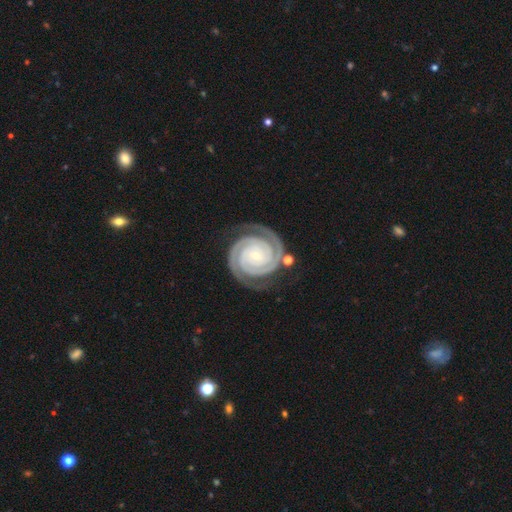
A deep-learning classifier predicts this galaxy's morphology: Overall: featured or disk (94%). Edge-on disk: no (98%). Bar: no (67%). Spiral arms: yes (99%). Spiral arm count: 2 (86%). Spiral winding: tight (88%). Bulge size: small (83%). Merging: none (82%).